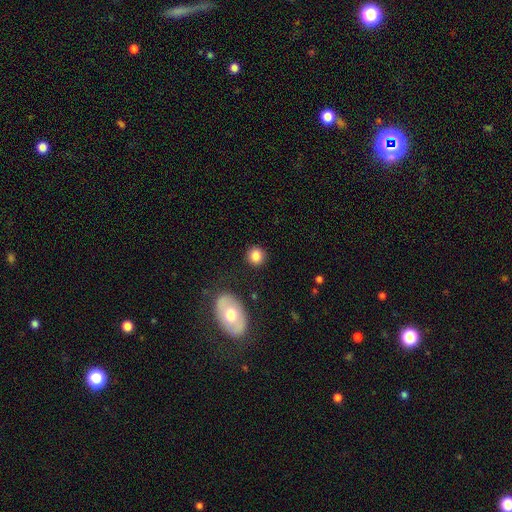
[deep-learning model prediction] smooth_or_featured: smooth (p=0.83) [alt: star or artifact p=0.09]
how_rounded: round (p=0.87) [alt: in between p=0.12]
merging: none (p=0.87) [alt: minor disturbance p=0.08]